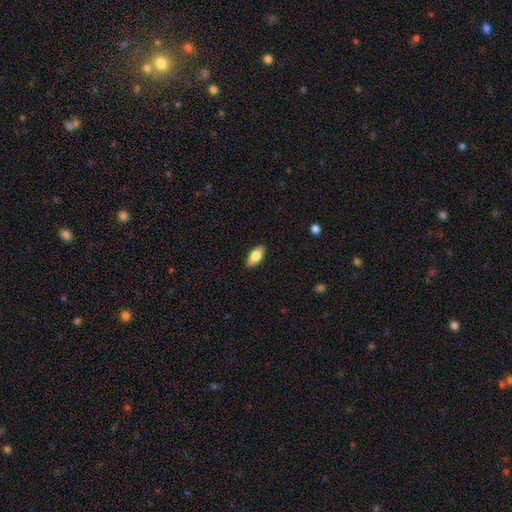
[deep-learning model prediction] Overall: smooth (78%). How rounded: in between (87%). Merging: none (89%).